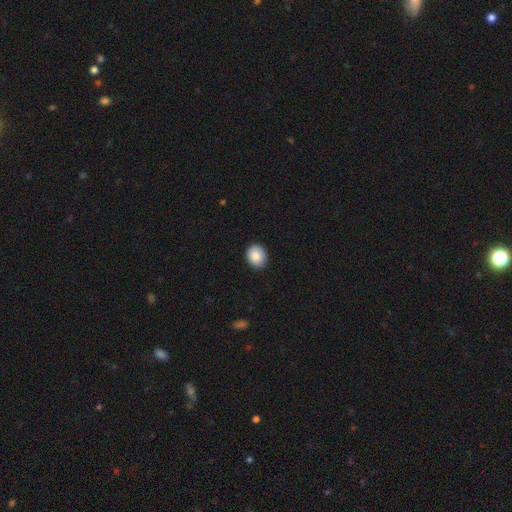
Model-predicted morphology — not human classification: This is clearly a smooth galaxy (87%). How rounded: likely round (60%). Merging: clearly none (89%).